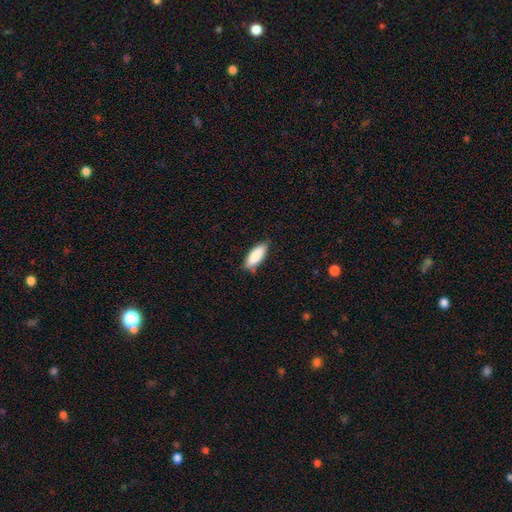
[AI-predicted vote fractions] This is clearly a smooth galaxy (87%). How rounded: likely in between (77%). Merging: likely none (78%).